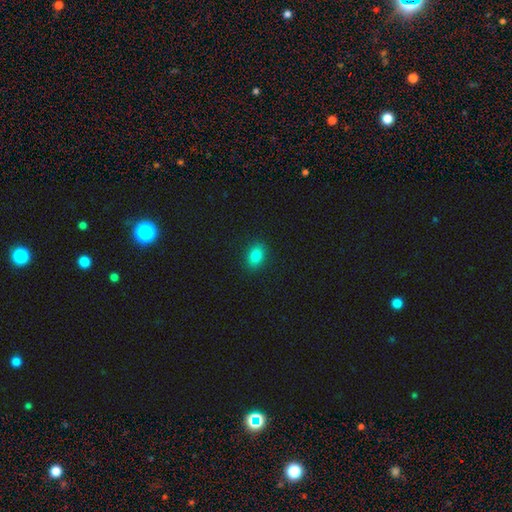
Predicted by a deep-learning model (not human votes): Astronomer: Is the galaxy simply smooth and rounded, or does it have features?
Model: smooth — 83%.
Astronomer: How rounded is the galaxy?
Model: in between — 77%.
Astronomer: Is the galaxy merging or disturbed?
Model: none — 89%.